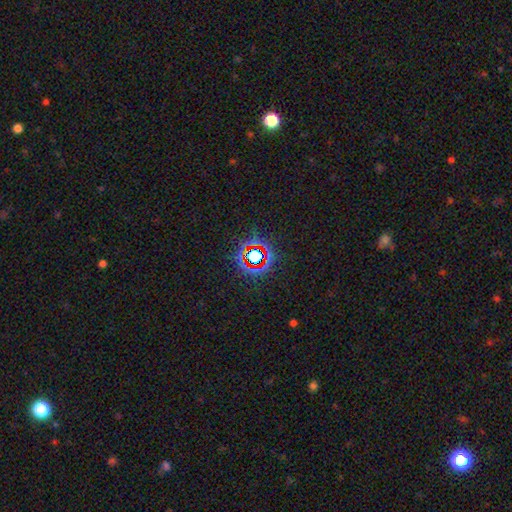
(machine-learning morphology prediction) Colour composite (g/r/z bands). It shows a star or artifact, not a galaxy (77%).